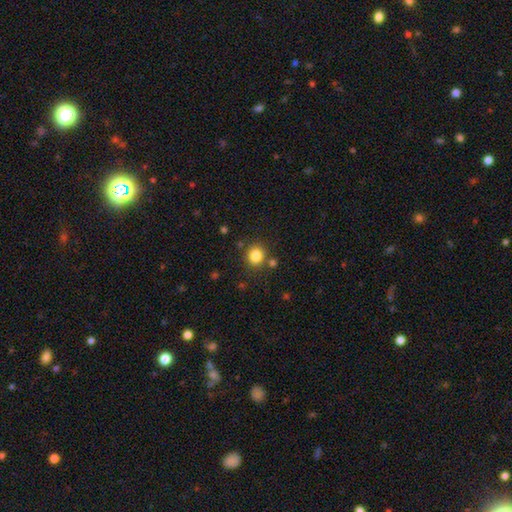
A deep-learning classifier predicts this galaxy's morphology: Smooth or featured? Predicted: smooth (p=0.83). How rounded? Predicted: round (p=0.87). Merging? Predicted: none (p=0.84).